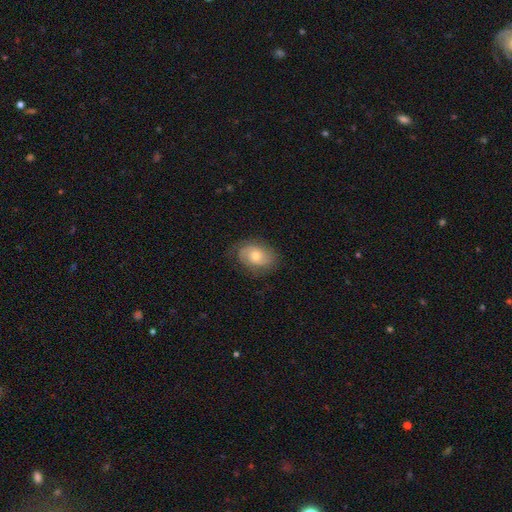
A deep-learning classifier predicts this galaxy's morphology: Smooth or featured?
  - smooth: 47% *
  - featured or disk: 46%
  - star or artifact: 8%
Merging?
  - none: 73% *
  - minor disturbance: 19%
  - major disturbance: 7%
  - merger: 1%